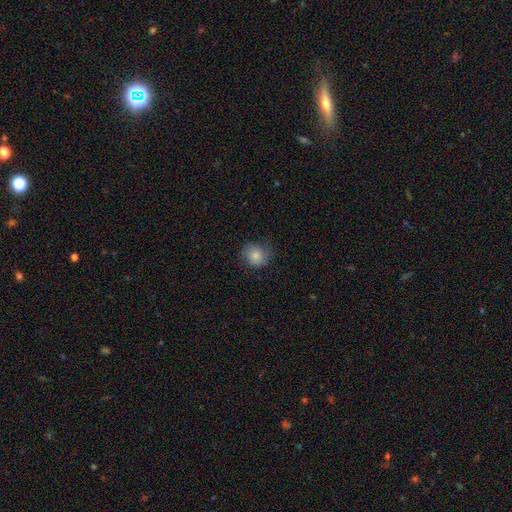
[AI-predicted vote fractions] smooth 79%, featured or disk 13%, star or artifact 8%. Down the decision tree: how rounded — round (81%); merging — none (71%).